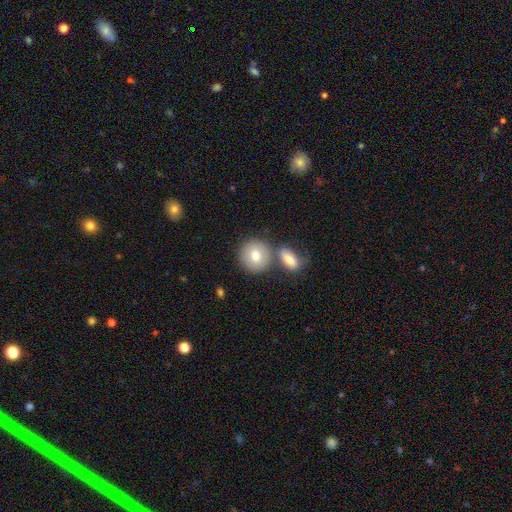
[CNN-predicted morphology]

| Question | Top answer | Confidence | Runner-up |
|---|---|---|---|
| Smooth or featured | smooth | 77% | featured or disk (15%) |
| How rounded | round | 88% | in between (11%) |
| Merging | none | 63% | merger (25%) |